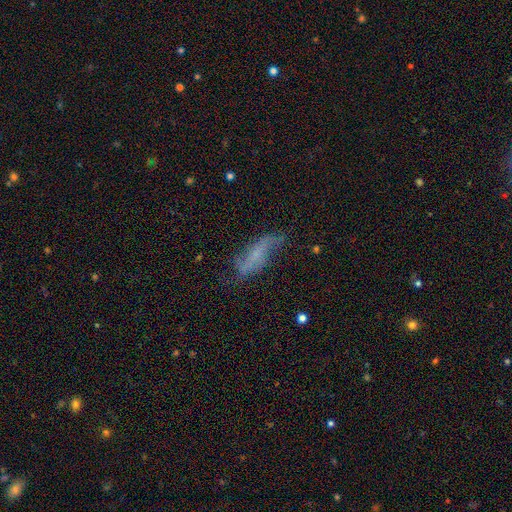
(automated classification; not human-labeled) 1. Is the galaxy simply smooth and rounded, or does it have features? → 55% featured or disk, 34% smooth, 11% star or artifact.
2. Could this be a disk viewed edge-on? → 80% no, 20% yes.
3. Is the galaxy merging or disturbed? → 49% none, 30% minor disturbance, 18% major disturbance, 3% merger.